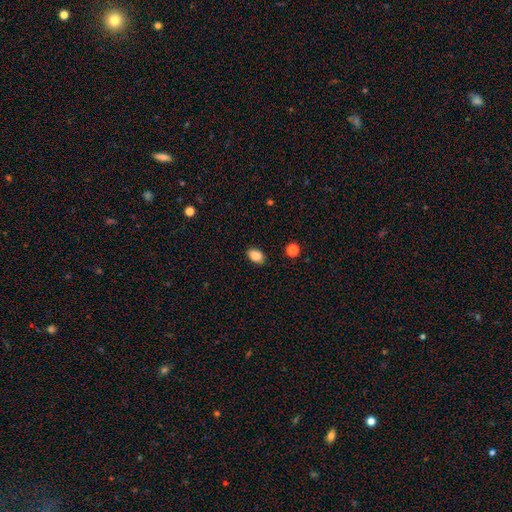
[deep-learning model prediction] A smooth galaxy with no disk features (88%) that is in between round and cigar-shaped (82%).

Vote fractions:
- Smooth or featured? smooth: 88% / star or artifact: 9% / featured or disk: 3%
- How rounded? in between: 82% / round: 17% / cigar-shaped: 1%
- Merging? none: 85% / minor disturbance: 11% / major disturbance: 3% / merger: 1%